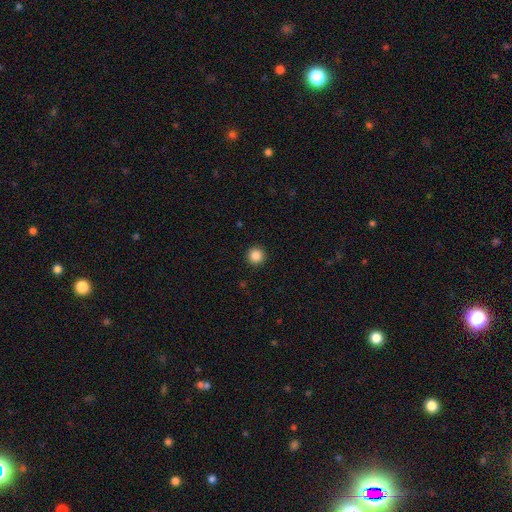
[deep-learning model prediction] A smooth galaxy with no disk features (86%) that is round (96%). Merging: none (93%).